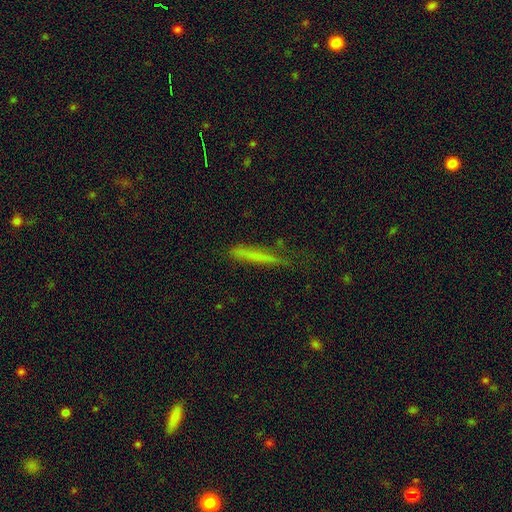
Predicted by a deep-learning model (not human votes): Smooth or featured: smooth — 67% (featured or disk — 24%)
How rounded: cigar-shaped — 94% (in between — 4%)
Merging: none — 68% (minor disturbance — 22%)